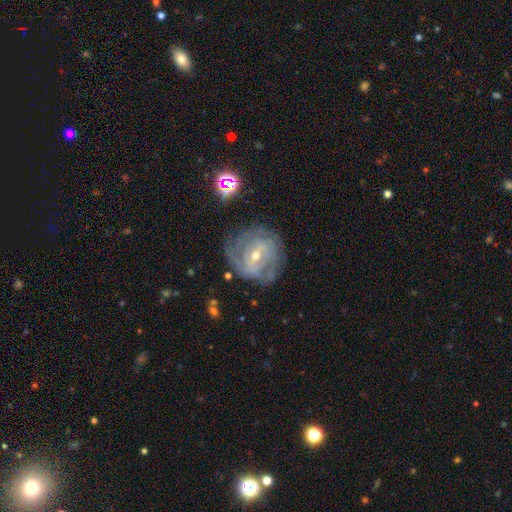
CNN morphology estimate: Overall: featured or disk (81%). Edge-on disk: no (96%). Bar: weak (48%; no 26%). Spiral arms: yes (88%). Spiral arm count: can't tell (41%; 2 27%). Spiral winding: tight (61%; medium 30%). Bulge size: small (52%; moderate 45%). Merging: none (69%).